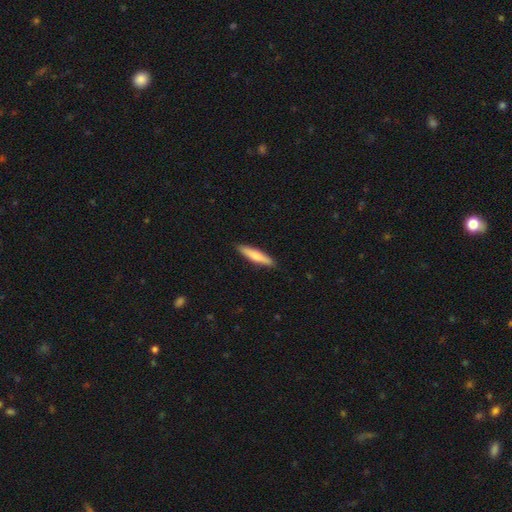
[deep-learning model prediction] smooth_or_featured: smooth (p=0.72) [alt: featured or disk p=0.23]
how_rounded: cigar-shaped (p=0.85) [alt: in between p=0.14]
merging: none (p=0.90) [alt: minor disturbance p=0.07]